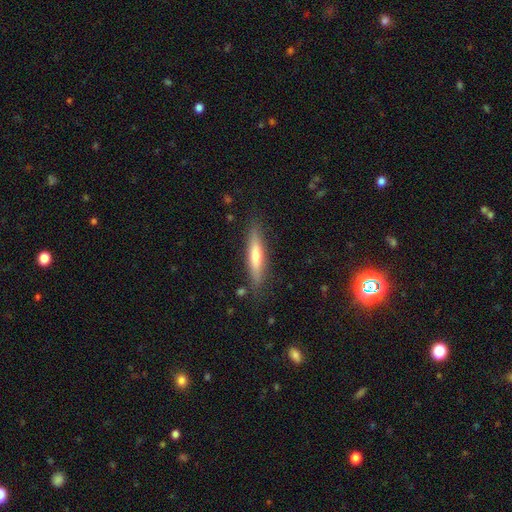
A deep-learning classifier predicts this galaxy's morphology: This appears to be a smooth galaxy with no disk features (52%) that is cigar-shaped (85%). Merging: none (86%).